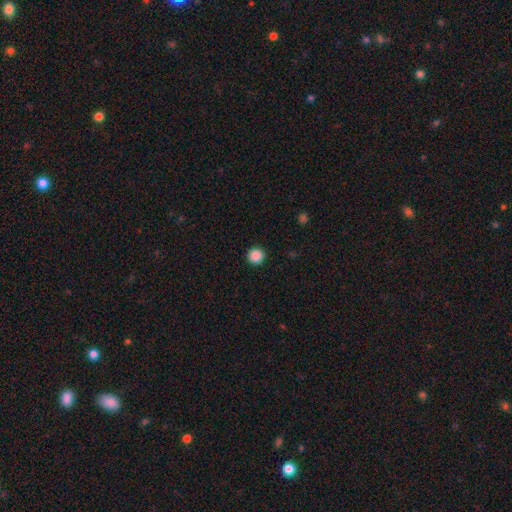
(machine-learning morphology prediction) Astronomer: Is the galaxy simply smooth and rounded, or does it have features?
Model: smooth — 87%.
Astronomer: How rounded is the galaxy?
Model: round — 96%.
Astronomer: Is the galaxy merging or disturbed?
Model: none — 93%.